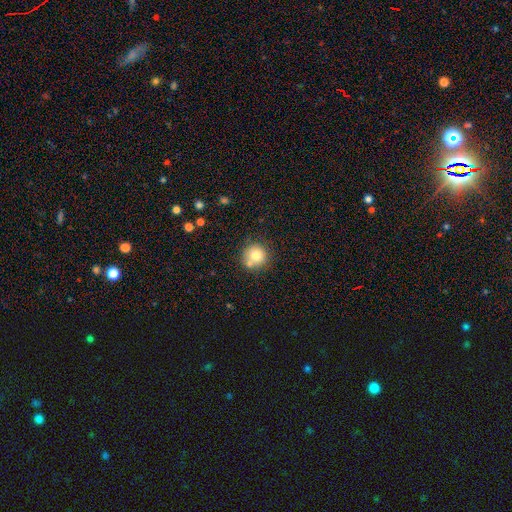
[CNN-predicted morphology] Overall: smooth (76%). How rounded: round (92%). Merging: none (64%).